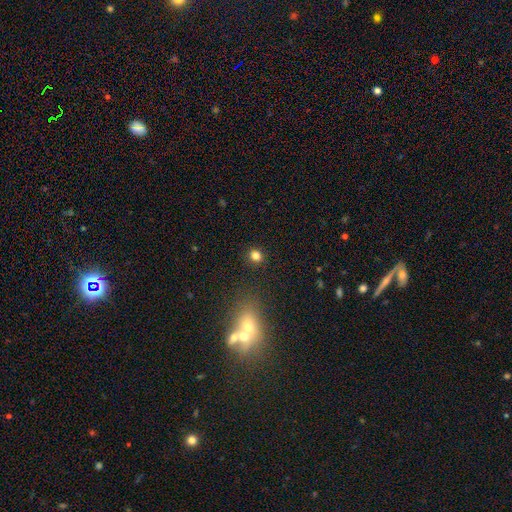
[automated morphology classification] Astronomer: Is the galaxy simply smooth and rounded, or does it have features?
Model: smooth — 81%.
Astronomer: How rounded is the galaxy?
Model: round — 81%.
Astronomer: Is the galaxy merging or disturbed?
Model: none — 89%.